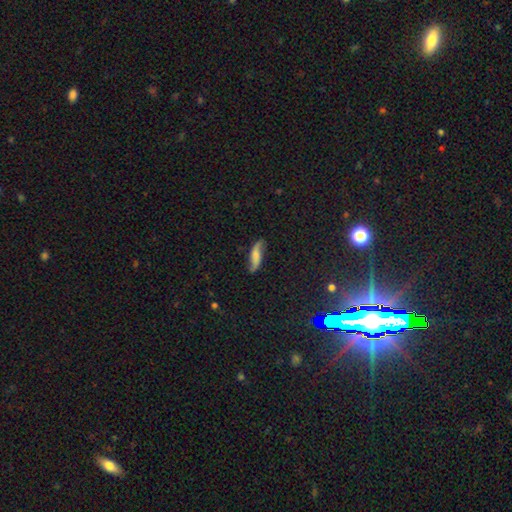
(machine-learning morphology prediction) Smooth or featured?
  - featured or disk: 47% *
  - smooth: 44%
  - star or artifact: 9%
Merging?
  - none: 72% *
  - minor disturbance: 21%
  - major disturbance: 5%
  - merger: 2%